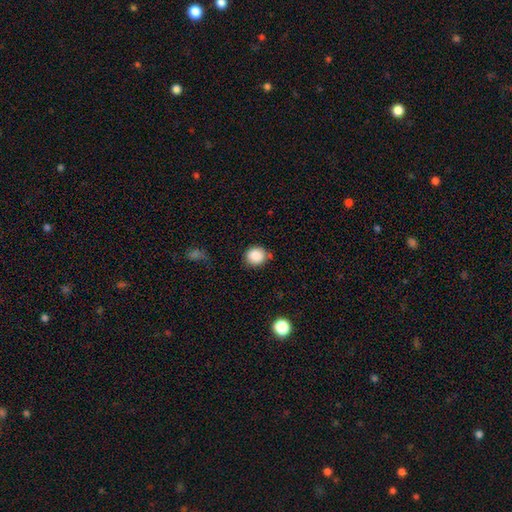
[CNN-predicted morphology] Q: Smooth or featured?
A: smooth (87%); runner-up: star or artifact (9%)
Q: How rounded?
A: round (87%); runner-up: in between (12%)
Q: Merging?
A: none (73%); runner-up: minor disturbance (17%)